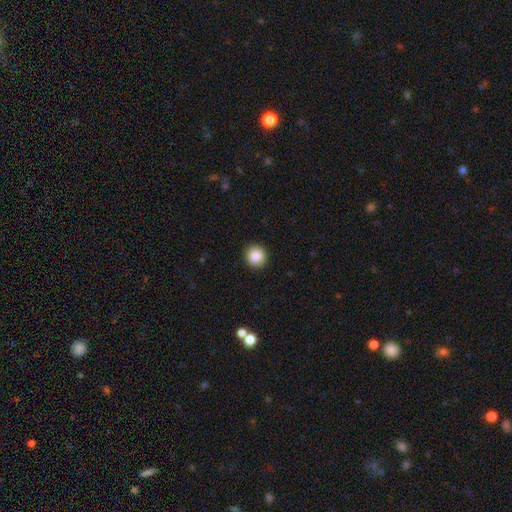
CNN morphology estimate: This appears to be a smooth galaxy with no disk features (86%) that is round (92%). Merging: none (93%).